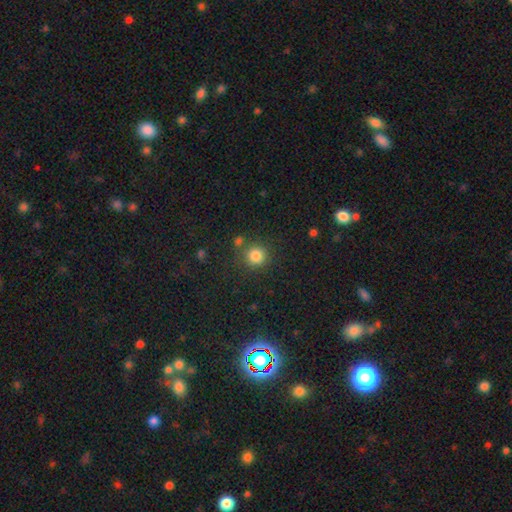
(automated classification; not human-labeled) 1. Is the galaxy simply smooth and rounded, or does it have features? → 83% smooth, 12% star or artifact, 5% featured or disk.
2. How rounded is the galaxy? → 93% round, 6% in between, 1% cigar-shaped.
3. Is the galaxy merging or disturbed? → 80% none, 8% minor disturbance, 8% merger, 4% major disturbance.